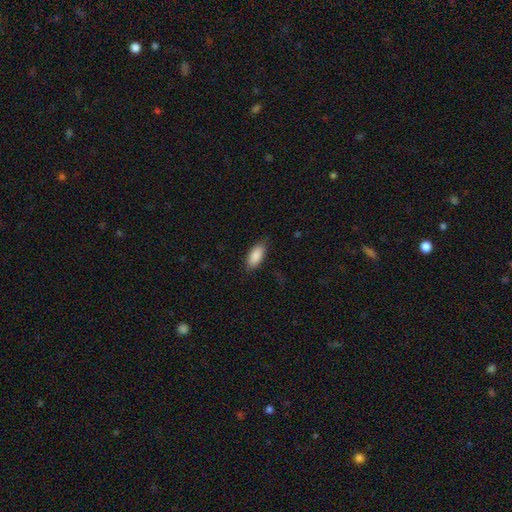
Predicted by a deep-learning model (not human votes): Overall: smooth (88%). How rounded: in between (86%). Merging: none (82%).